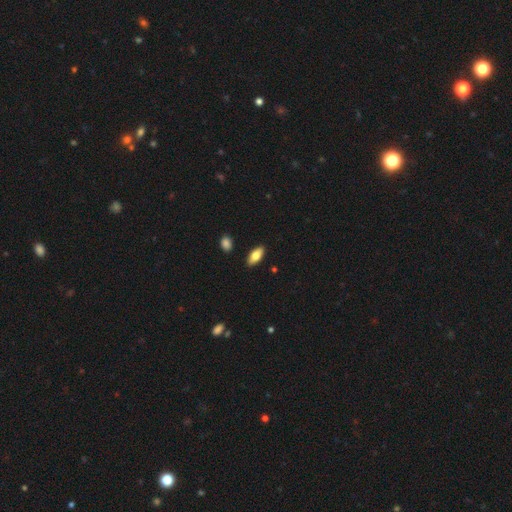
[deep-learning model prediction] Morphology: type=smooth (77%); roundness=in between (87%); merging=none (89%).